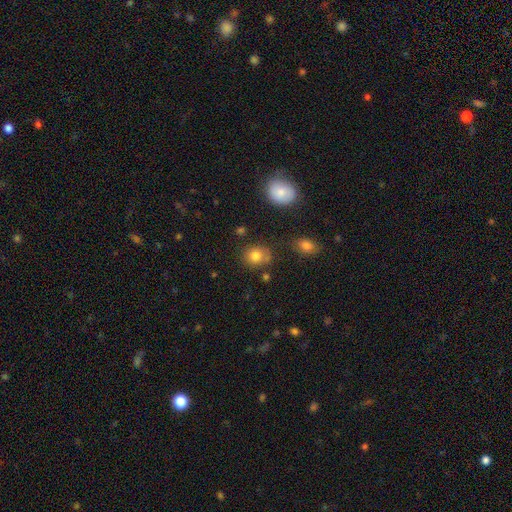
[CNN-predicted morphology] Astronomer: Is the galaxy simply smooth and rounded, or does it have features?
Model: smooth — 80%.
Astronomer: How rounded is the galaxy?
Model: round — 73%.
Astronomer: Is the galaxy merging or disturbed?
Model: none — 73%.